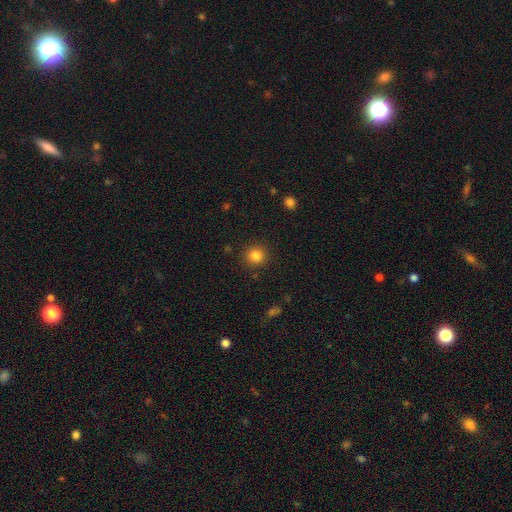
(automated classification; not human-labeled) The model was most divided on "smooth or featured": smooth: 83%, star or artifact: 12%, featured or disk: 5%. More confident: how rounded — round (92%); merging — none (90%).